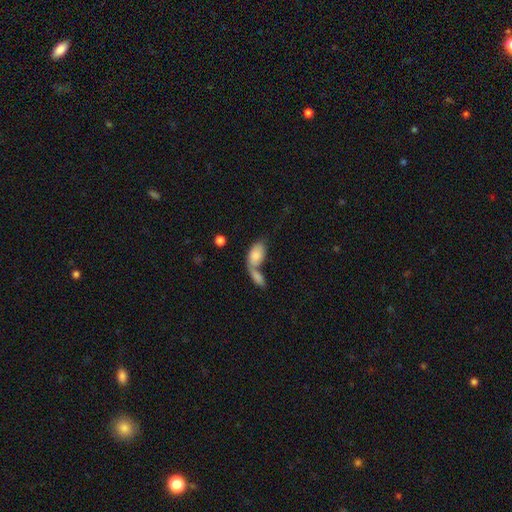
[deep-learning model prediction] smooth 80%, featured or disk 14%, star or artifact 6%. Down the decision tree: how rounded — in between (92%); merging — merger (64%).